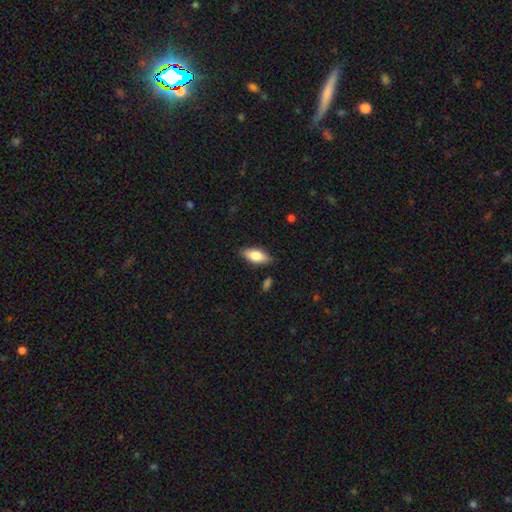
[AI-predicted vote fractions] smooth 80%, featured or disk 14%, star or artifact 6%. Down the decision tree: how rounded — in between (85%); merging — none (85%).